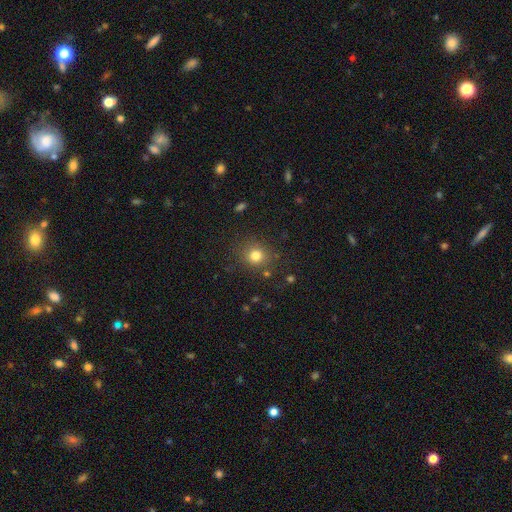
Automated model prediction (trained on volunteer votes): The model was most divided on "smooth or featured": smooth: 78%, star or artifact: 15%, featured or disk: 7%. More confident: how rounded — round (87%); merging — none (85%).